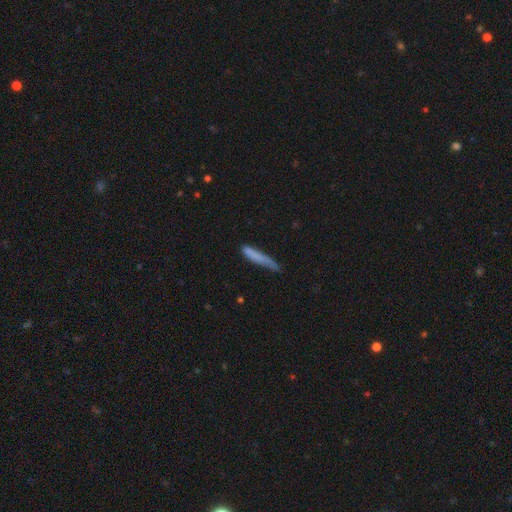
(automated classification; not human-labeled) This is likely a smooth galaxy (74%). How rounded: clearly cigar-shaped (92%). Merging: possibly none (54%).